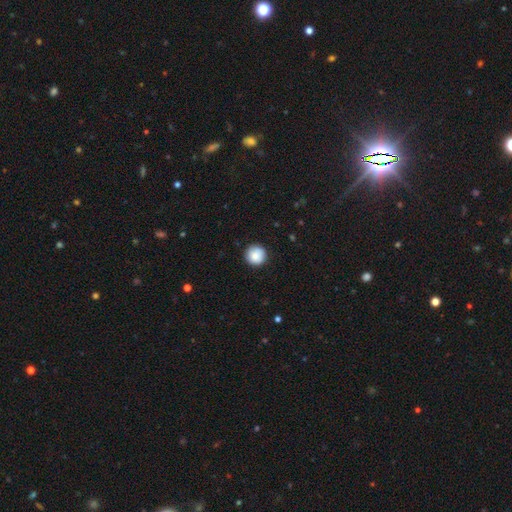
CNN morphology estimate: Smooth or featured? smooth (85%)
How rounded? round (96%)
Merging? none (89%)